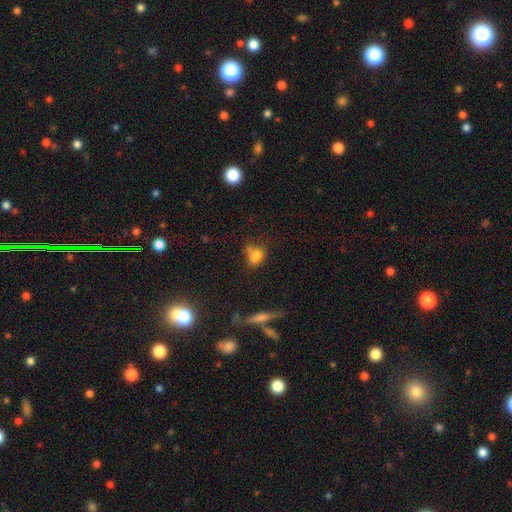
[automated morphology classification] smooth-or-featured: smooth: 73% | star or artifact: 14% | featured or disk: 13%
  how-rounded: in between: 73% | round: 23% | cigar-shaped: 5%
  merging: none: 42% | minor disturbance: 23% | merger: 22% | major disturbance: 13%